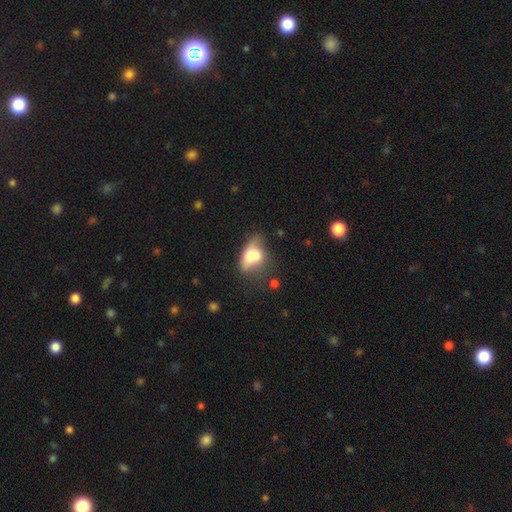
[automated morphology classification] A smooth galaxy with no disk features (61%) that is in between round and cigar-shaped (73%). Merging: merger (50%).